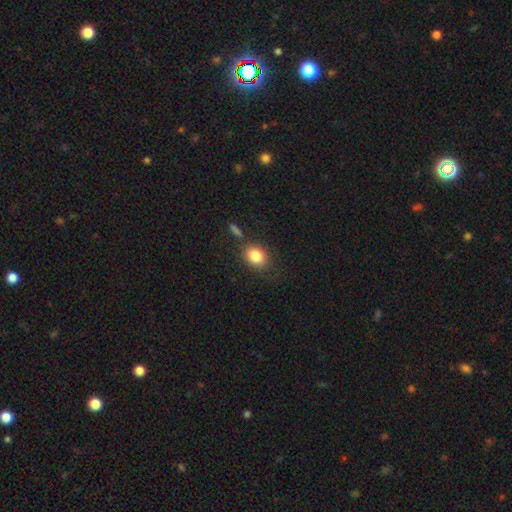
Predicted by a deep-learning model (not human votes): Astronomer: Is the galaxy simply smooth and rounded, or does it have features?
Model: smooth — 84%.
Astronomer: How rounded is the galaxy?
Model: in between — 54% (runner-up: round, 45%).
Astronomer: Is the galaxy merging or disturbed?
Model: none — 76%.